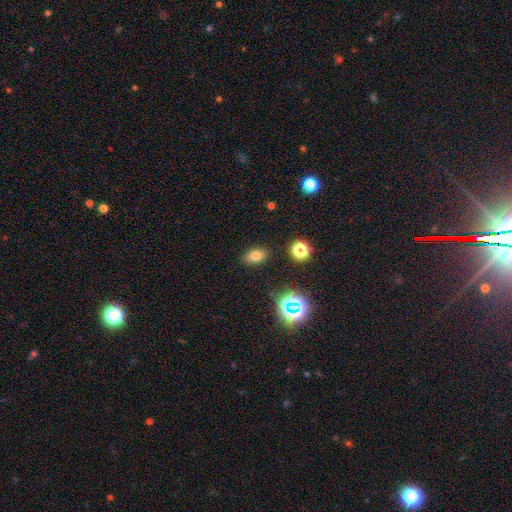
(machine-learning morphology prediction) type=smooth (74%); roundness=in between (84%); merging=none (86%).